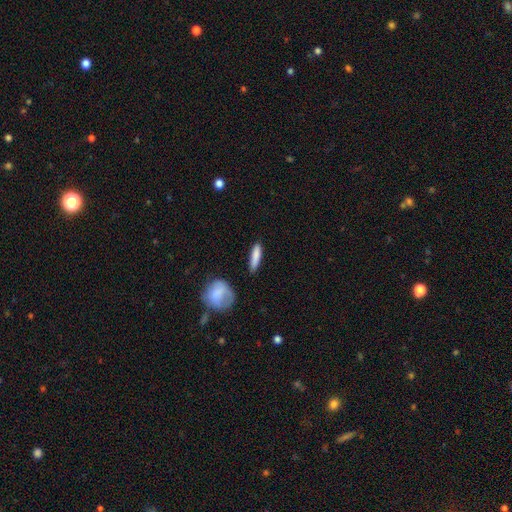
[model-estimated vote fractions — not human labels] This appears to be a smooth galaxy with no disk features (83%) that is cigar-shaped (77%). Merging: none (81%).